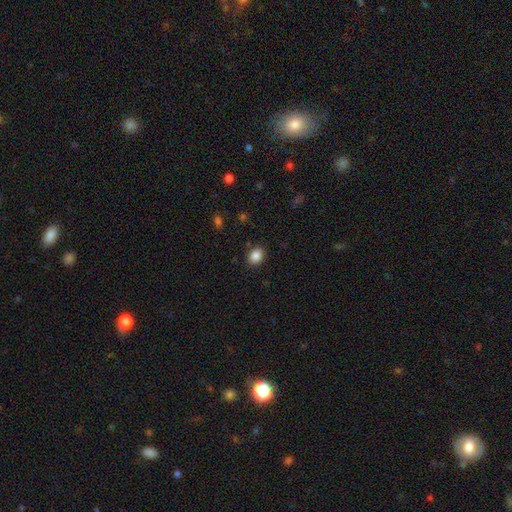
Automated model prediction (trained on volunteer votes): This is clearly a smooth galaxy (87%). How rounded: possibly round (51%). Merging: clearly none (88%).